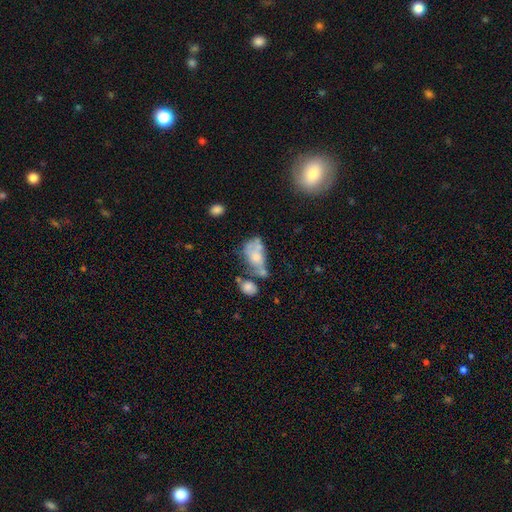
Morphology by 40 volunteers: type=smooth (48%); roundness=in between (84%); merging=merger (49%).